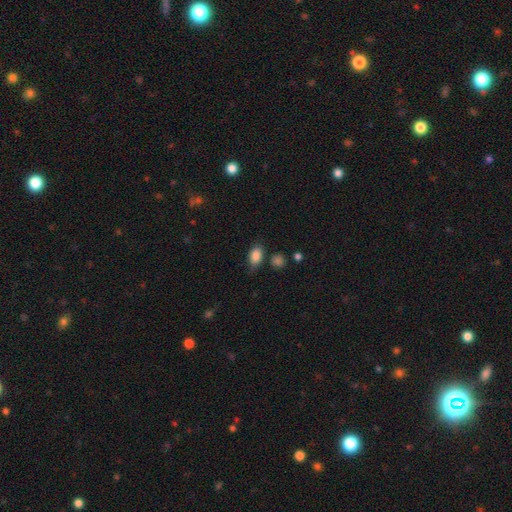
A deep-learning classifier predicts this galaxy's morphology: Smooth or featured? smooth (86%)
How rounded? in between (84%)
Merging? none (72%)